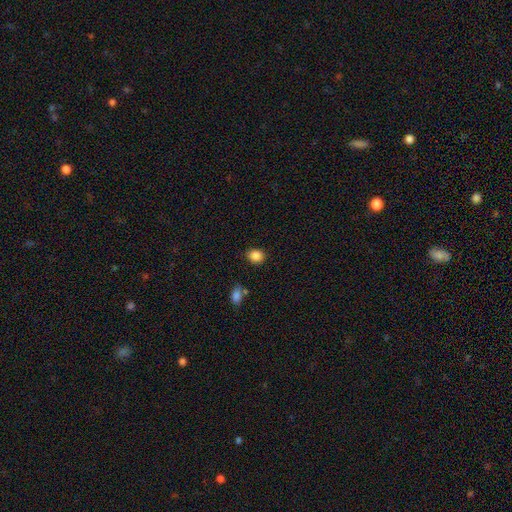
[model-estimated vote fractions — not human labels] The model was most divided on "how rounded": round: 66%, in between: 32%, cigar-shaped: 1%. More confident: smooth or featured — smooth (87%); merging — none (84%).